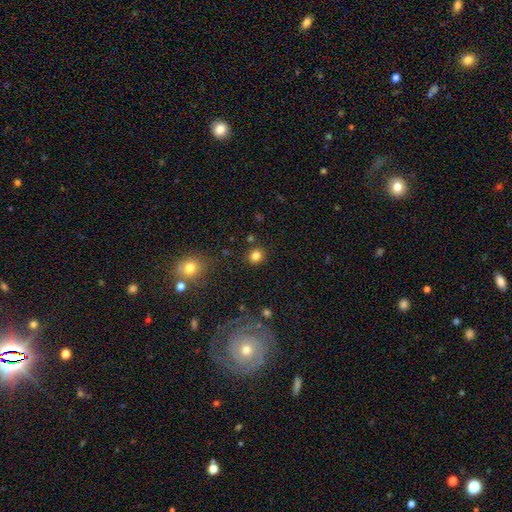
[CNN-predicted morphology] smooth-or-featured: smooth: 82% | star or artifact: 13% | featured or disk: 5%
  how-rounded: round: 86% | in between: 13% | cigar-shaped: 1%
  merging: none: 87% | minor disturbance: 7% | merger: 3% | major disturbance: 2%